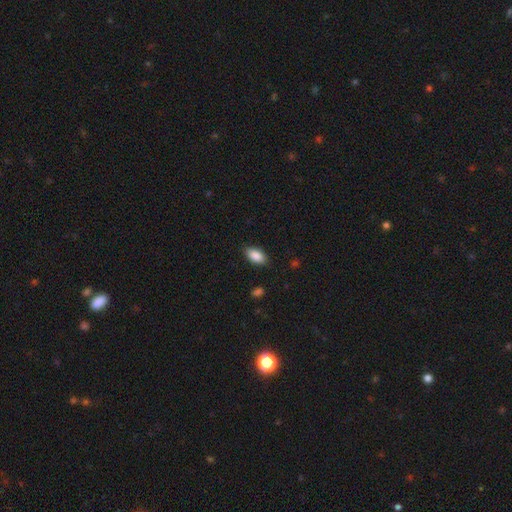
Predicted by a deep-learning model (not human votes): smooth-or-featured: smooth: 89% | star or artifact: 7% | featured or disk: 4%
  how-rounded: in between: 93% | round: 4% | cigar-shaped: 3%
  merging: none: 87% | minor disturbance: 9% | major disturbance: 2% | merger: 1%